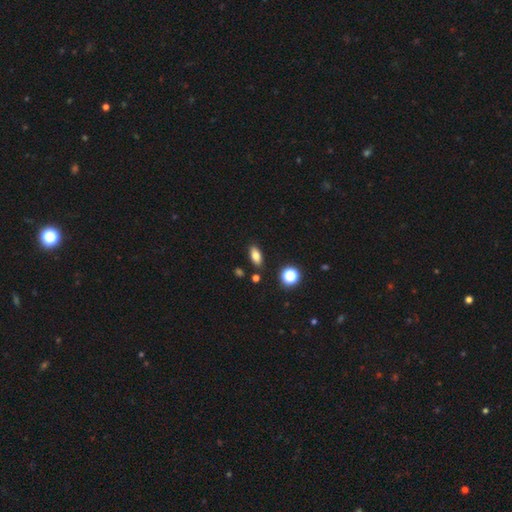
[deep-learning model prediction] This appears to be a smooth galaxy with no disk features (78%) that is in between round and cigar-shaped (82%). Merging: none (86%).